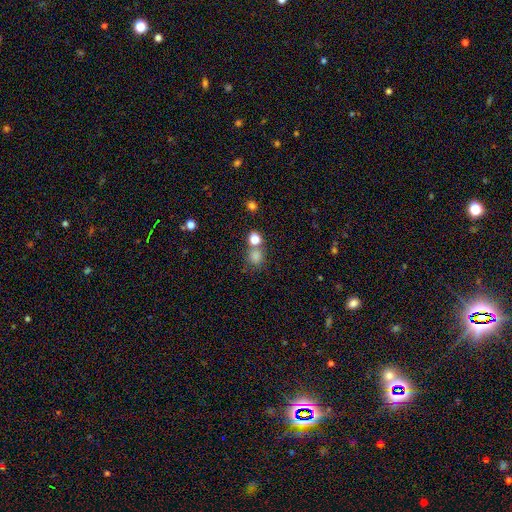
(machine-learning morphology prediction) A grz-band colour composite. It shows a smooth galaxy with no disk features (78%) that is round (78%). Merging: none (56%).